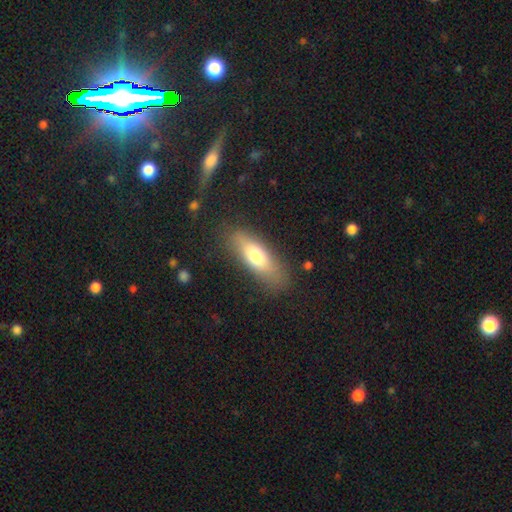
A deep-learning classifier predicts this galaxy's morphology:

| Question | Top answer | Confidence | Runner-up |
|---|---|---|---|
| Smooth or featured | smooth | 70% | featured or disk (23%) |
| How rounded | in between | 61% | cigar-shaped (36%) |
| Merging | none | 80% | minor disturbance (14%) |